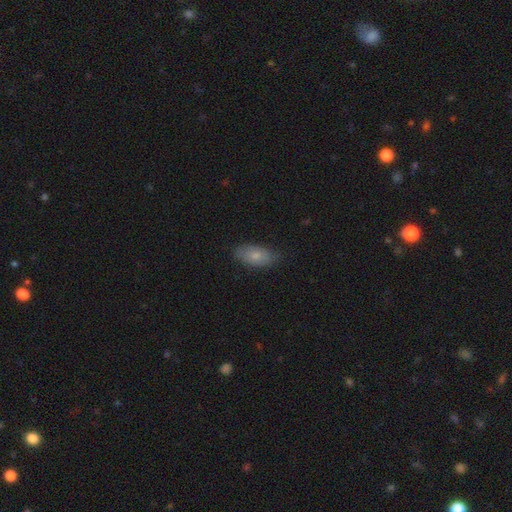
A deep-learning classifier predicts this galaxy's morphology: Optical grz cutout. It shows a smooth galaxy with no disk features (76%) that is in between round and cigar-shaped (91%). Merging: none (78%).